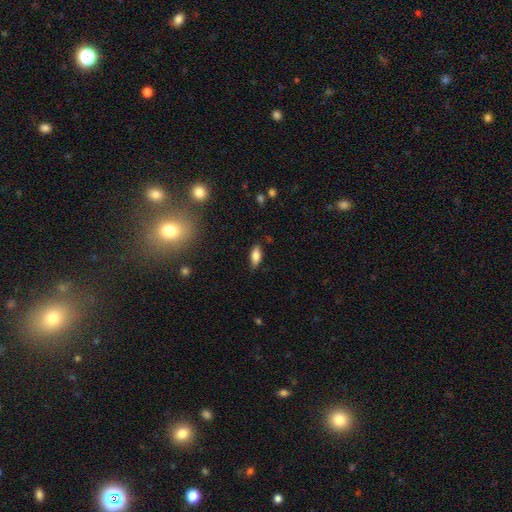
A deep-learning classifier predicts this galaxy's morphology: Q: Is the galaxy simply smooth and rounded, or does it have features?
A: smooth — 80%.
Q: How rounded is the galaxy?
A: in between — 84%.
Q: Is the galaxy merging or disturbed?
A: none — 82%.